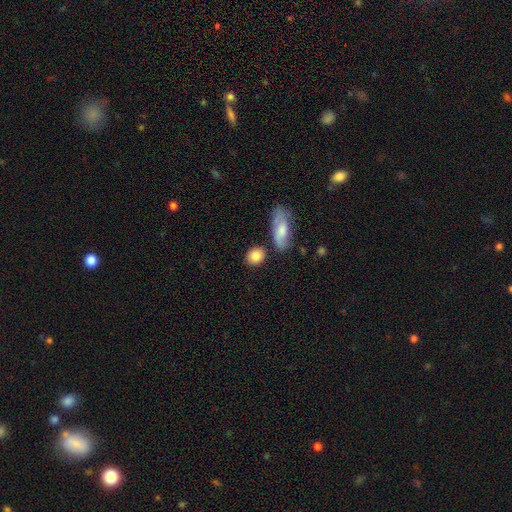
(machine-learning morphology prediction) smooth-or-featured: smooth: 84% | featured or disk: 8% | star or artifact: 7%
  how-rounded: round: 62% | in between: 35% | cigar-shaped: 3%
  merging: none: 75% | minor disturbance: 12% | merger: 9% | major disturbance: 4%